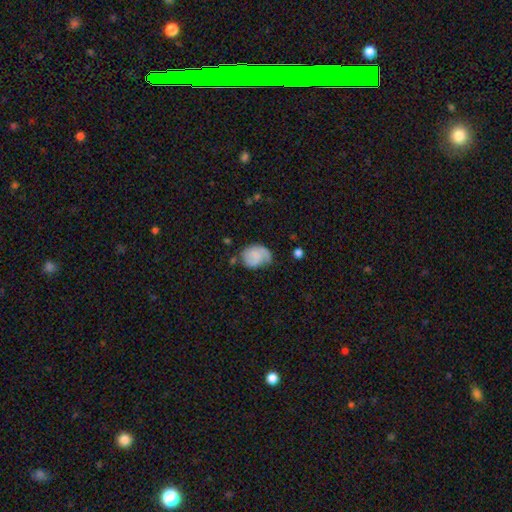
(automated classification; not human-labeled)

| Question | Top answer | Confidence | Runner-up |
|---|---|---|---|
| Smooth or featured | smooth | 53% | featured or disk (39%) |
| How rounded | in between | 50% | round (49%) |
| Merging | none | 45% | minor disturbance (35%) |